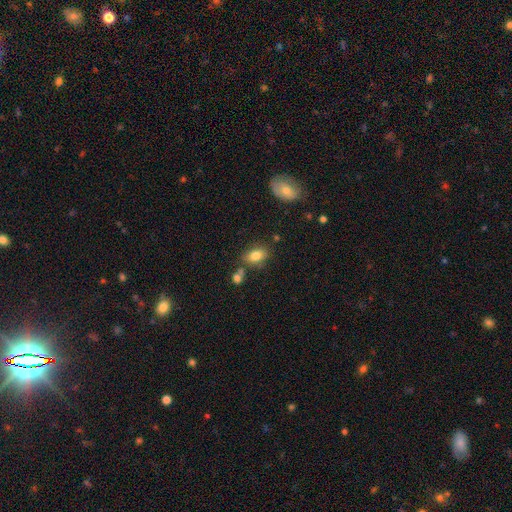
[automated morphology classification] Smooth or featured: smooth — 81% (featured or disk — 10%)
How rounded: in between — 86% (round — 11%)
Merging: none — 70% (minor disturbance — 15%)